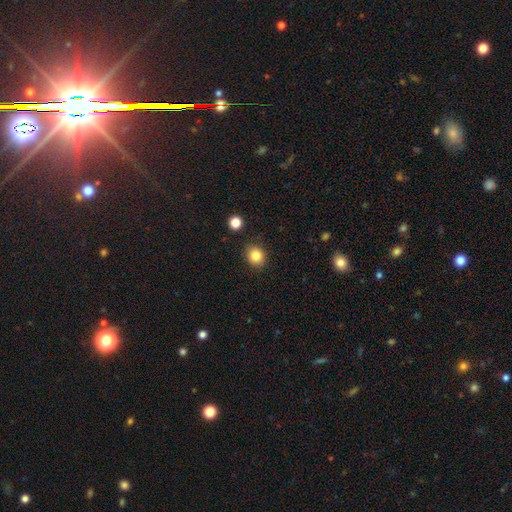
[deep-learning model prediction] Morphology: type=smooth (85%); roundness=round (71%); merging=none (86%).